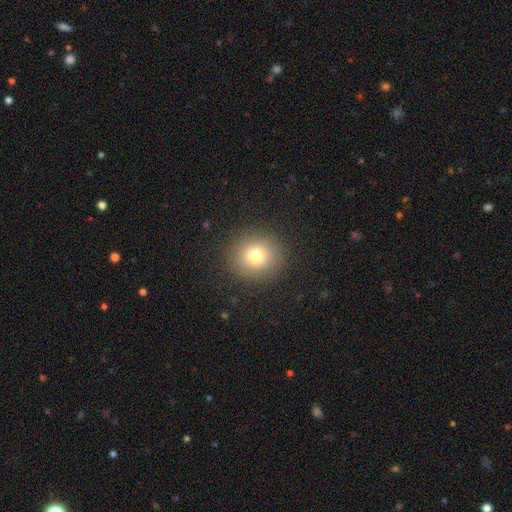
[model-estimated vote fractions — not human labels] smooth_or_featured: smooth (p=0.74) [alt: star or artifact p=0.14]
how_rounded: round (p=0.88) [alt: in between p=0.11]
merging: none (p=0.89) [alt: minor disturbance p=0.07]